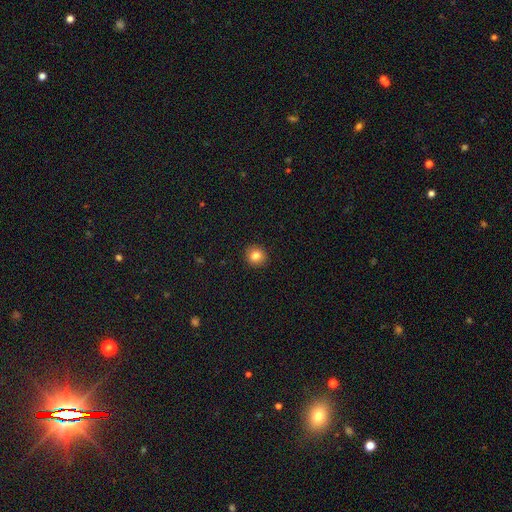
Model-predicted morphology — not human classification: A smooth galaxy with no disk features (82%) that is round (90%). Merging: none (92%).